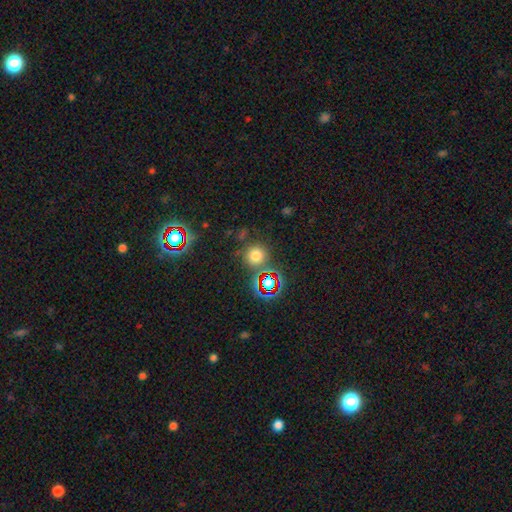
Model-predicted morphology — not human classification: This appears to be a smooth galaxy with no disk features (67%) that is round (92%). Merging: none (77%).